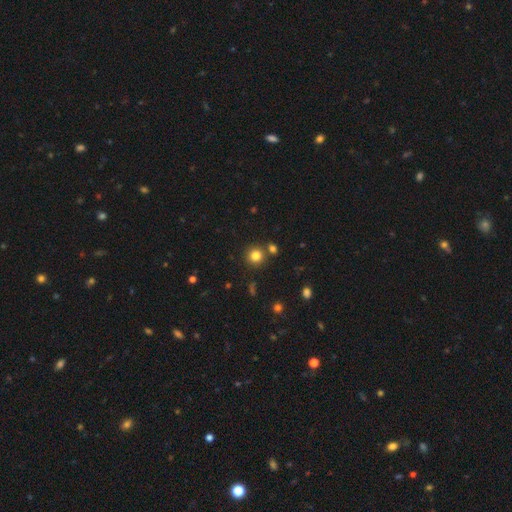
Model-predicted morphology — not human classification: This is clearly a smooth galaxy (81%). How rounded: clearly round (92%). Merging: likely none (80%).